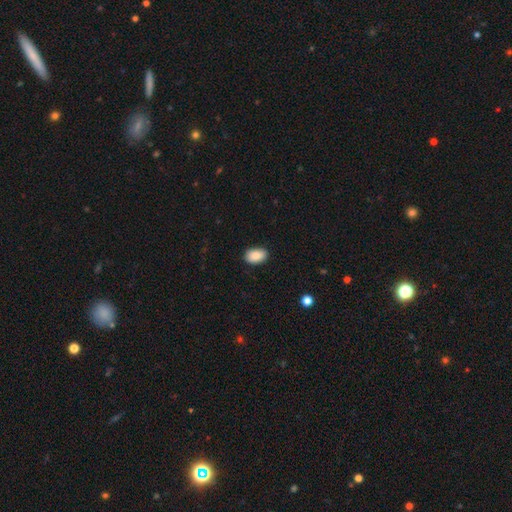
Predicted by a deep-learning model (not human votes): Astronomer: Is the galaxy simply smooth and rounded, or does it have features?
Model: smooth — 89%.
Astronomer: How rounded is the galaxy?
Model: in between — 90%.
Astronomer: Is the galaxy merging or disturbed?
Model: none — 87%.